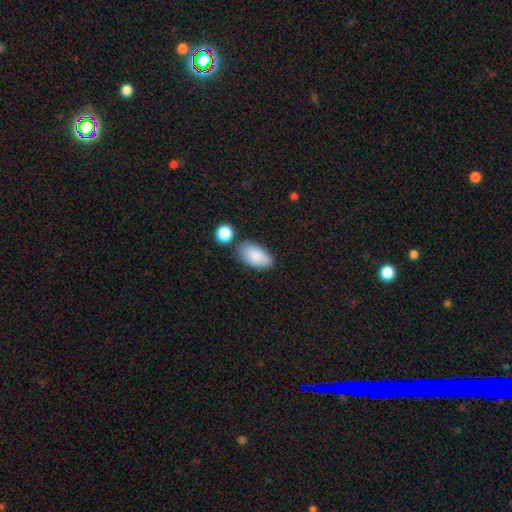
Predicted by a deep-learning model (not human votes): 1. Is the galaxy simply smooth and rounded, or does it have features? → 87% smooth, 7% star or artifact, 6% featured or disk.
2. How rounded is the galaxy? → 94% in between, 3% round, 2% cigar-shaped.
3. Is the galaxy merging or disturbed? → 66% none, 19% minor disturbance, 10% merger, 5% major disturbance.